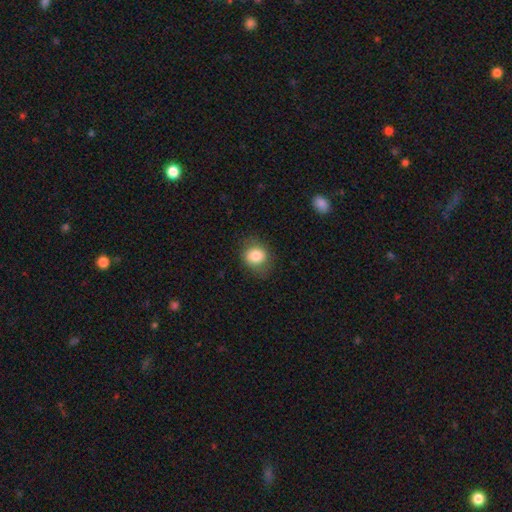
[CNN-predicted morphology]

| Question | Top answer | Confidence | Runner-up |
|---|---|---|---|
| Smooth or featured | smooth | 82% | featured or disk (9%) |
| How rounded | round | 63% | in between (36%) |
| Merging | none | 77% | minor disturbance (16%) |